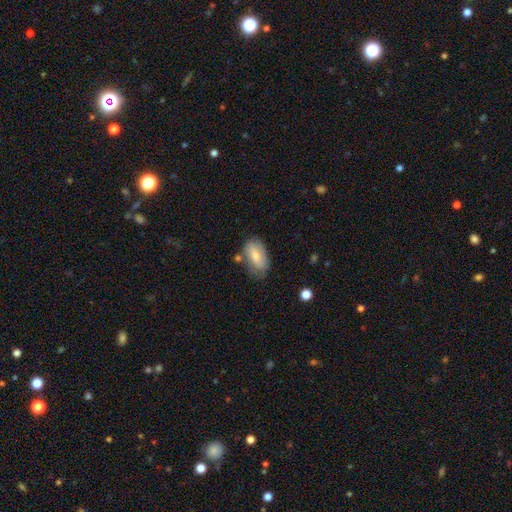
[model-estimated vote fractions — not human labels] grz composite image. It shows a smooth galaxy with no disk features (73%) that is in between round and cigar-shaped (92%). Merging: none (64%).